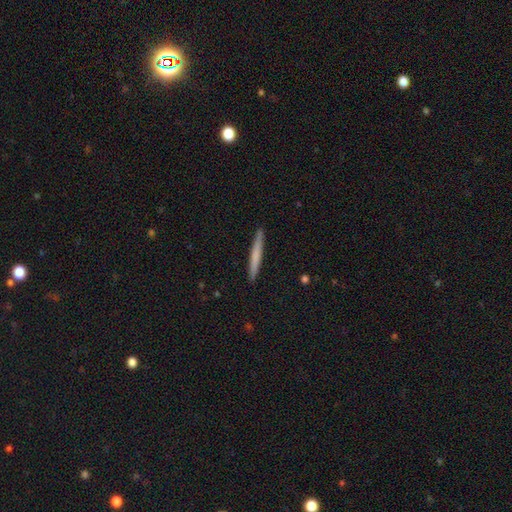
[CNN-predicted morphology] Smooth or featured? Predicted: smooth (p=0.65). How rounded? Predicted: cigar-shaped (p=0.97). Merging? Predicted: none (p=0.92).